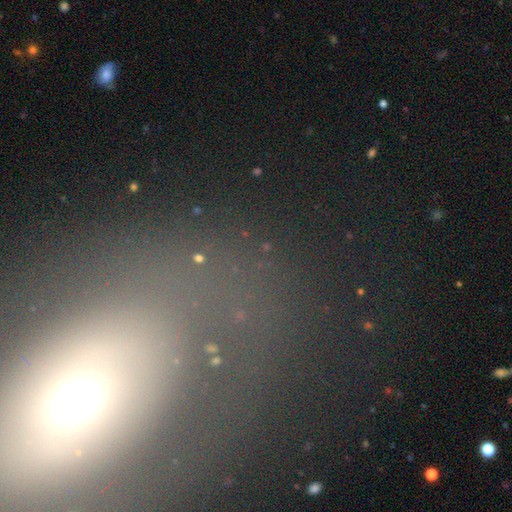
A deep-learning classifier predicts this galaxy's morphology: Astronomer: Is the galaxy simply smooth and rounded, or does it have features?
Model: star or artifact — 41% (runner-up: smooth, 34%).